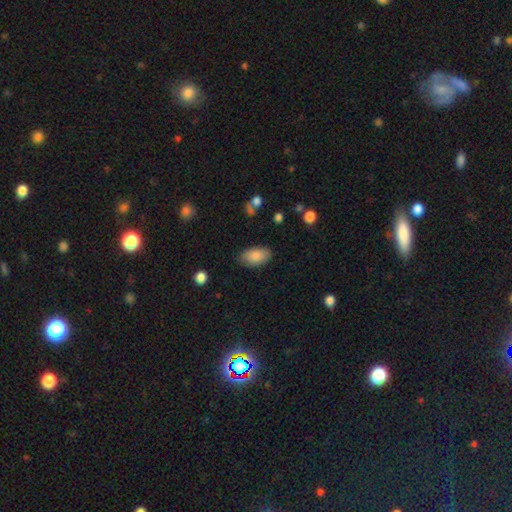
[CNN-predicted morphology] This is clearly a smooth galaxy (86%). How rounded: clearly in between (94%). Merging: clearly none (82%).